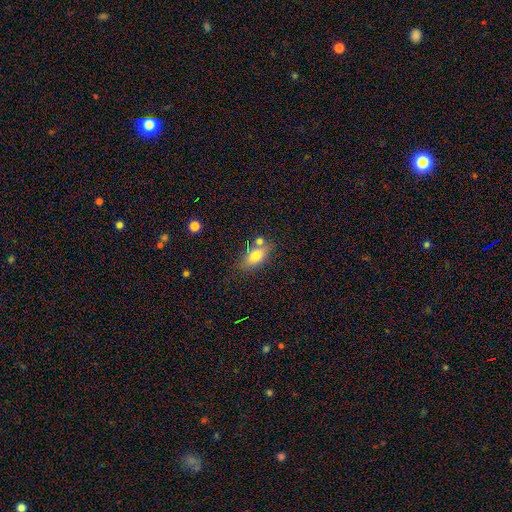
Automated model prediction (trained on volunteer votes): This appears to be a smooth galaxy with no disk features (76%) that is in between round and cigar-shaped (84%). Merging: none (66%).